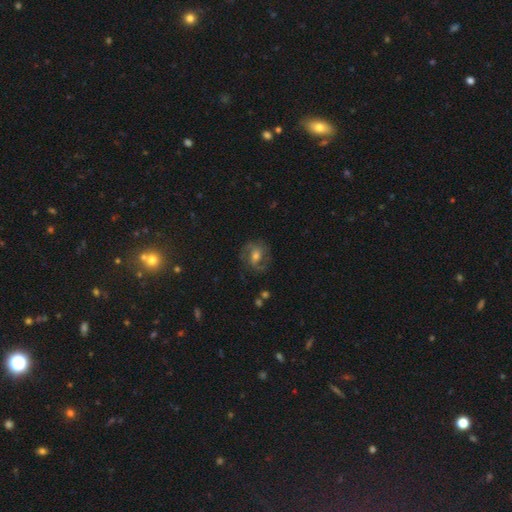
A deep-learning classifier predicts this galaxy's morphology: smooth_or_featured: featured or disk (p=0.72) [alt: smooth p=0.18]
disk_edge_on: no (p=0.97) [alt: yes p=0.03]
bar: weak (p=0.46) [alt: no p=0.36]
has_spiral_arms: yes (p=0.91) [alt: no p=0.09]
spiral_winding: medium (p=0.52) [alt: tight p=0.31]
spiral_arm_count: 2 (p=0.79) [alt: can't tell p=0.10]
bulge_size: moderate (p=0.58) [alt: small p=0.26]
merging: none (p=0.74) [alt: minor disturbance p=0.15]